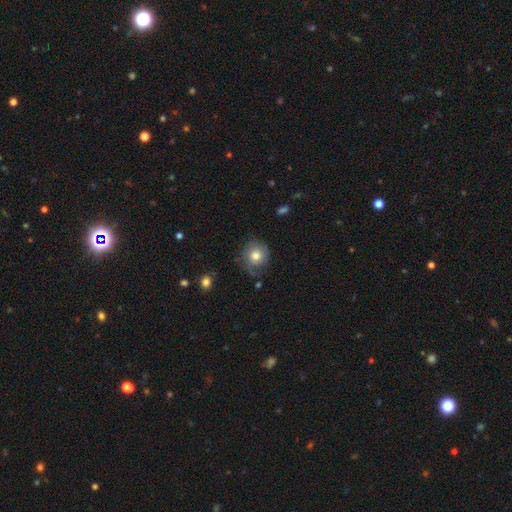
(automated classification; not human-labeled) A smooth galaxy with no disk features (67%) that is round (86%). Merging: none (64%).